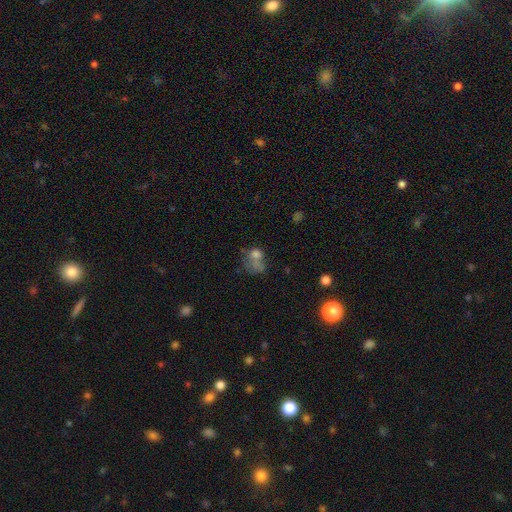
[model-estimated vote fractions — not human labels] This is possibly a smooth galaxy (51%). How rounded: possibly round (51%). Merging: marginally none (31%).